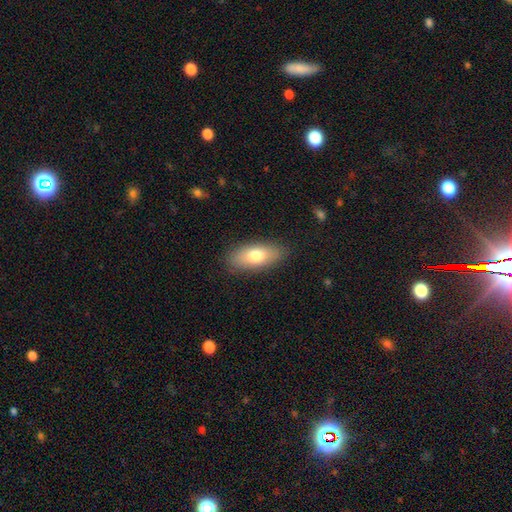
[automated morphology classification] Smooth or featured? smooth (75%)
How rounded? in between (80%)
Merging? none (87%)